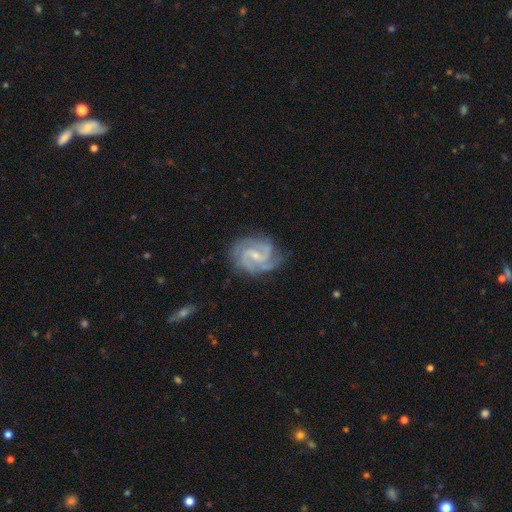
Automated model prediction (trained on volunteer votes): smooth-or-featured: featured or disk: 91% | smooth: 5% | star or artifact: 4%
  disk-edge-on: no: 98% | yes: 2%
    bar: weak: 56% | no: 25% | strong: 19%
    has-spiral-arms: yes: 98% | no: 2%
      spiral-winding: medium: 51% | tight: 40% | loose: 9%
      spiral-arm-count: 2: 48% | 3: 31% | can't tell: 8% | 4: 5% | 1: 4% | more than 4: 4%
    bulge-size: small: 65% | moderate: 29% | none: 5% | large: 1% | dominant: 1%
  merging: none: 74% | minor disturbance: 18% | major disturbance: 6% | merger: 1%